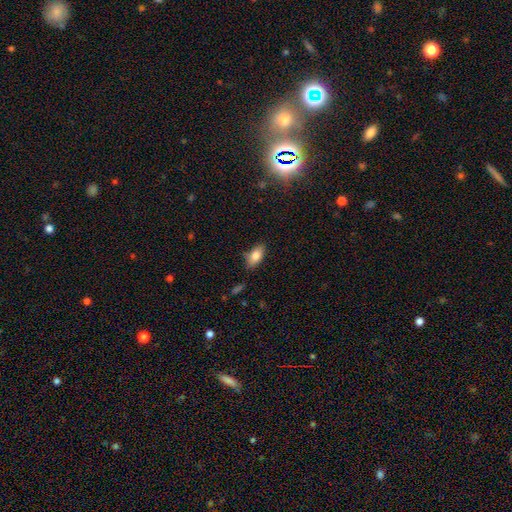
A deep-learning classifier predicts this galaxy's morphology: type=smooth (82%); roundness=in between (88%); merging=none (79%).